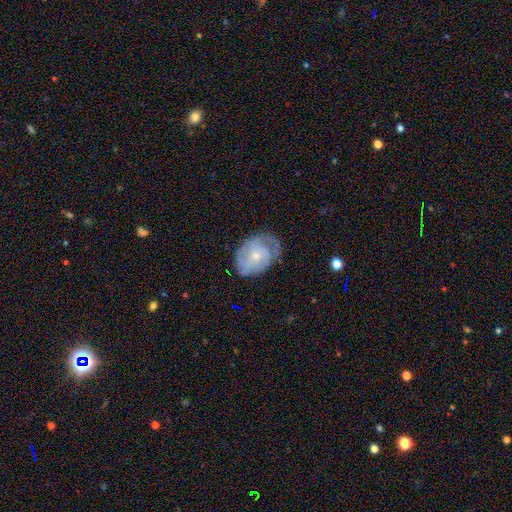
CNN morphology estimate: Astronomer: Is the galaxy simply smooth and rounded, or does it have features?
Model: featured or disk — 65%.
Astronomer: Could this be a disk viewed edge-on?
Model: no — 97%.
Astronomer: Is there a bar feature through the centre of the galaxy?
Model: no — 76%.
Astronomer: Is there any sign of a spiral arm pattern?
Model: yes — 82%.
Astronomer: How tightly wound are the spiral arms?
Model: tight — 55% (runner-up: medium, 32%).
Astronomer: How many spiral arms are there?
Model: can't tell — 45% (runner-up: 2, 26%).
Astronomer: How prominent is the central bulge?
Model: small — 67%.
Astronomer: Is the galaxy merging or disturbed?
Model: none — 58%.